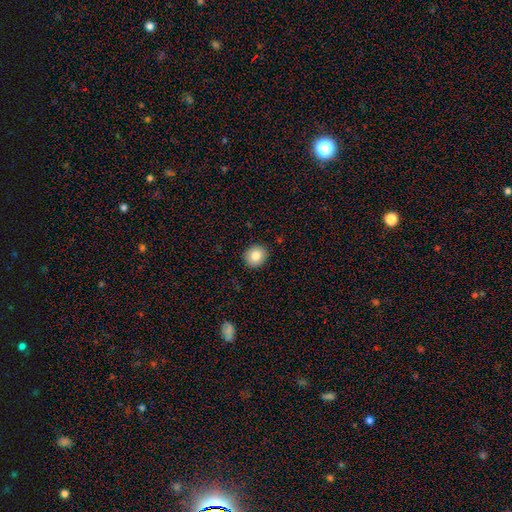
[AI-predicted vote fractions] Q: Smooth or featured?
A: smooth (83%); runner-up: star or artifact (9%)
Q: How rounded?
A: round (82%); runner-up: in between (17%)
Q: Merging?
A: none (91%); runner-up: minor disturbance (7%)